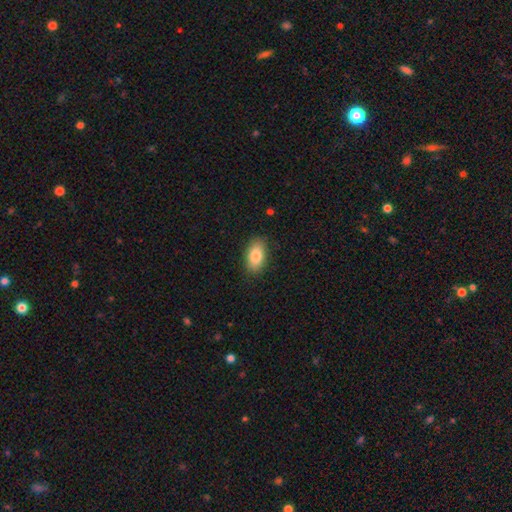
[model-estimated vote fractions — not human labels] A smooth galaxy with no disk features (83%) that is in between round and cigar-shaped (92%). Merging: none (86%).